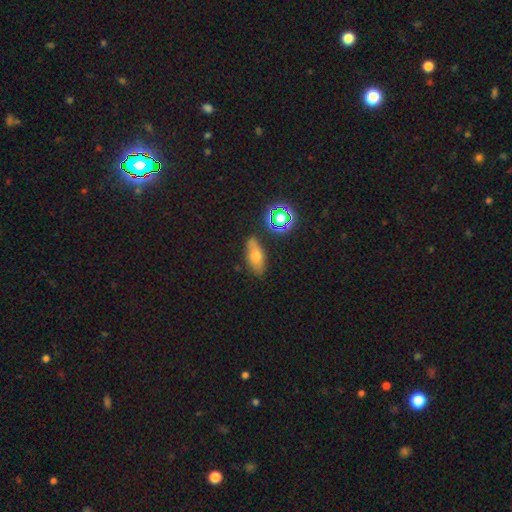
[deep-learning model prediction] Morphology: type=smooth (63%); roundness=in between (74%); merging=none (78%).